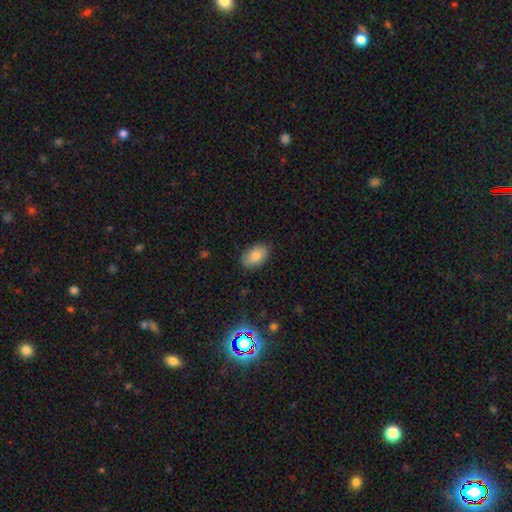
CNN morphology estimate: The model was most divided on "merging": none: 81%, minor disturbance: 15%, major disturbance: 3%, merger: 1%. More confident: how rounded — in between (87%); smooth or featured — smooth (82%).